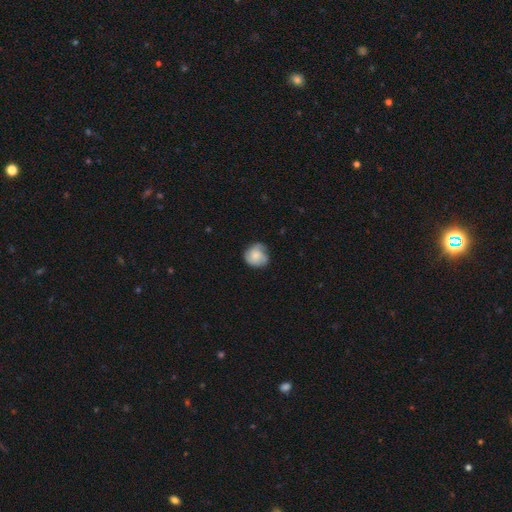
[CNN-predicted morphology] smooth 58%, featured or disk 34%, star or artifact 7%. Down the decision tree: how rounded — round (83%); merging — none (65%).